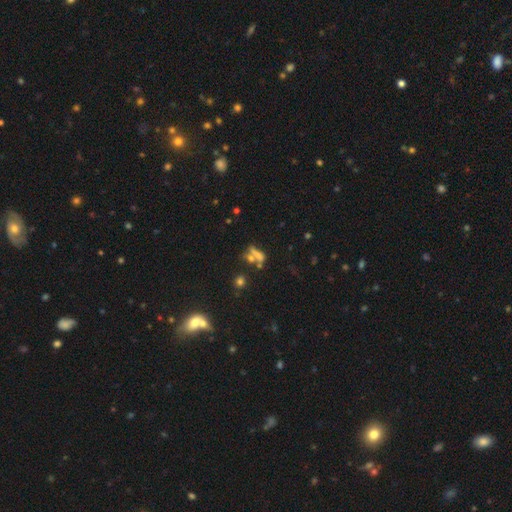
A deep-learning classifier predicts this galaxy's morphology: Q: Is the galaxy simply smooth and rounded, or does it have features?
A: smooth — 50%.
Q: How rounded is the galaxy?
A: cigar-shaped — 42%.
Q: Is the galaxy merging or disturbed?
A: none — 41%.